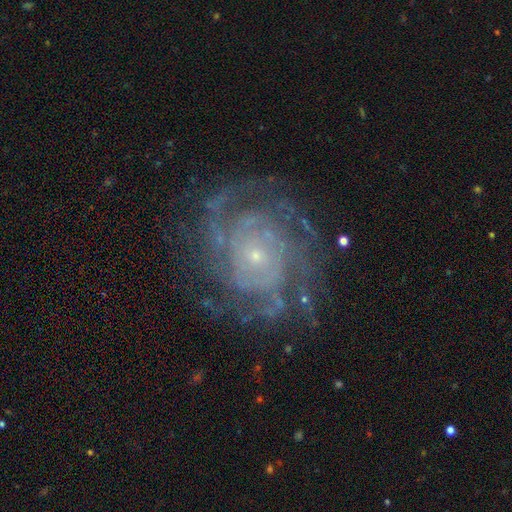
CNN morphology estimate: Smooth or featured? featured or disk (89%)
Edge-on disk? no (97%)
Bar? no (79%)
Spiral arms? yes (97%)
Spiral winding? tight (72%)
Spiral arm count? can't tell (24%)
Bulge size? small (83%)
Merging? none (76%)